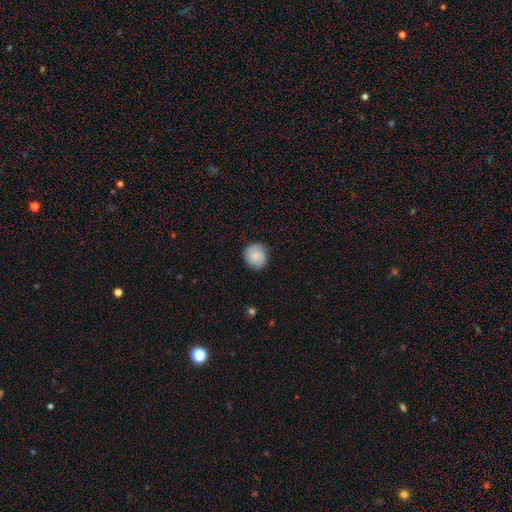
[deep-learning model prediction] A smooth galaxy with no disk features (80%) that is round (90%).

Vote fractions:
- Smooth or featured? smooth: 80% / featured or disk: 13% / star or artifact: 7%
- How rounded? round: 90% / in between: 9% / cigar-shaped: 1%
- Merging? none: 86% / minor disturbance: 11% / major disturbance: 2% / merger: 1%